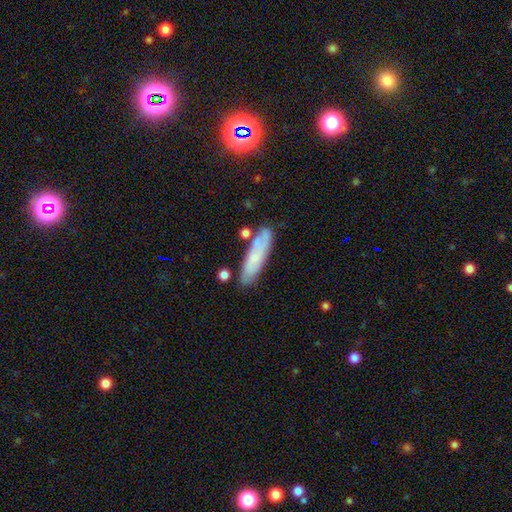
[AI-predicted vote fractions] smooth-or-featured: smooth: 56% | featured or disk: 36% | star or artifact: 9%
  how-rounded: cigar-shaped: 67% | in between: 31% | round: 2%
  merging: none: 74% | minor disturbance: 16% | merger: 6% | major disturbance: 3%